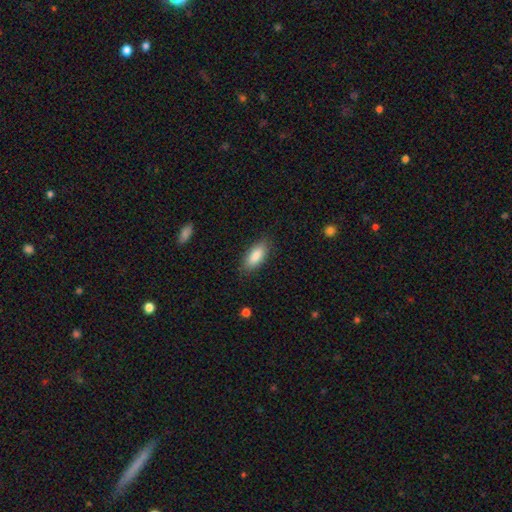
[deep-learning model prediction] Smooth or featured? Predicted: smooth (p=0.86). How rounded? Predicted: in between (p=0.83). Merging? Predicted: none (p=0.84).